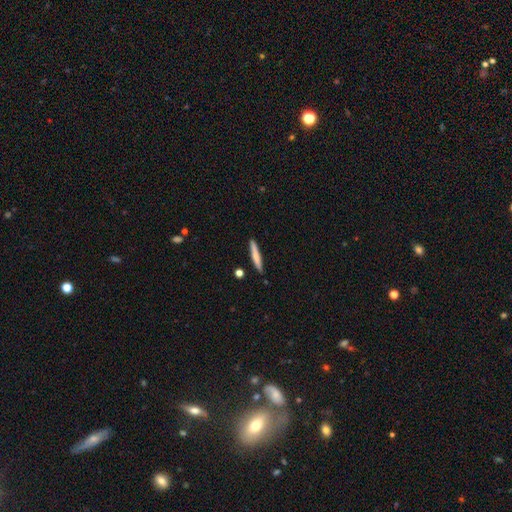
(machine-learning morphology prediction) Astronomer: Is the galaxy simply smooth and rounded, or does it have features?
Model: smooth — 70%.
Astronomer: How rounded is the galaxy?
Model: cigar-shaped — 94%.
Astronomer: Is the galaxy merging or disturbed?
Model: none — 88%.